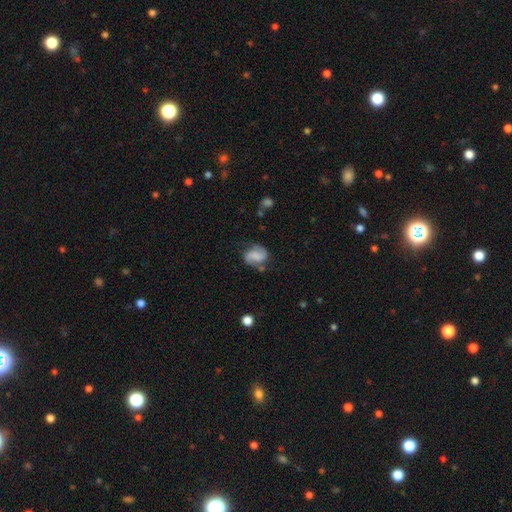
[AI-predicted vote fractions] A featured or disk galaxy (69%) with no bar (43%), 2 (90%) medium (45%) spiral arms (94%) and no central bulge (50%).

Vote fractions:
- Smooth or featured? featured or disk: 69% / smooth: 23% / star or artifact: 8%
- Edge-on disk? no: 98% / yes: 2%
- Bar? no: 43% / weak: 40% / strong: 18%
- Spiral arms? yes: 94% / no: 6%
- Spiral winding? medium: 45% / loose: 35% / tight: 20%
- Spiral arm count? 2: 90% / can't tell: 4% / 1: 3% / 3: 1% / 4: 1% / more than 4: 1%
- Bulge size? none: 50% / small: 21% / moderate: 16% / large: 9% / dominant: 3%
- Merging? none: 67% / minor disturbance: 20% / major disturbance: 9% / merger: 4%